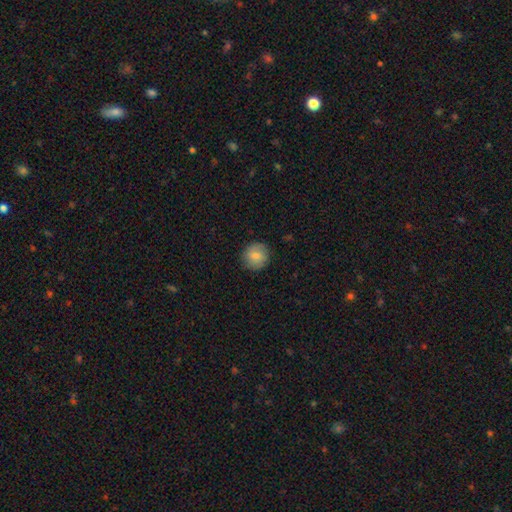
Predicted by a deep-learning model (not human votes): smooth-or-featured: smooth: 81% | featured or disk: 11% | star or artifact: 8%
  how-rounded: round: 92% | in between: 7% | cigar-shaped: 1%
  merging: none: 88% | minor disturbance: 9% | major disturbance: 2% | merger: 1%